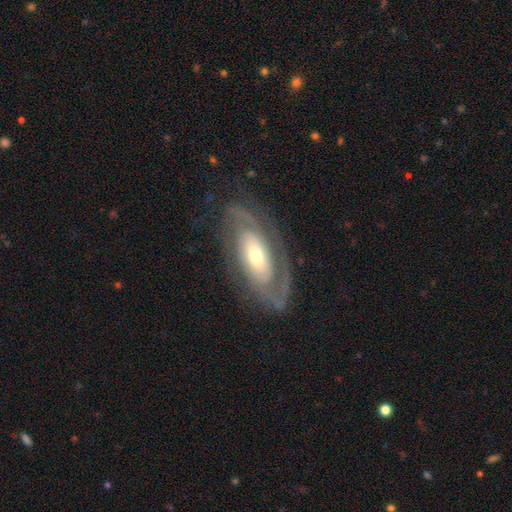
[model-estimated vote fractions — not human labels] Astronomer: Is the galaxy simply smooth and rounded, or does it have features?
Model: featured or disk — 84%.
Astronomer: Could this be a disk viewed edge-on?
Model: no — 92%.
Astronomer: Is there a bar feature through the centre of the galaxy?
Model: no — 63%.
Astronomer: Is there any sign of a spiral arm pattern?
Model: yes — 90%.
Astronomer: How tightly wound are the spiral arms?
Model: tight — 60%.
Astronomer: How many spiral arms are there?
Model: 2 — 67%.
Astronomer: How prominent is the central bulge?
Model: moderate — 53% (runner-up: small, 37%).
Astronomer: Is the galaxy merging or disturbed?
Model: none — 76%.